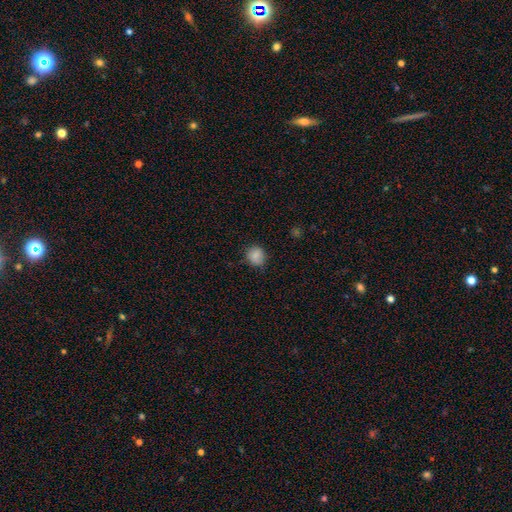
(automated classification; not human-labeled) This is clearly a smooth galaxy (85%). How rounded: likely round (78%). Merging: likely none (75%).